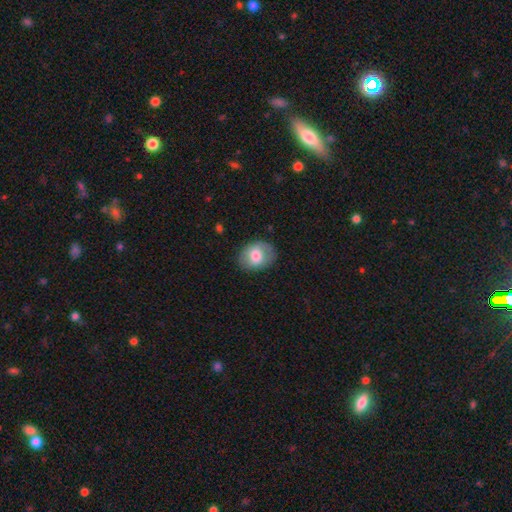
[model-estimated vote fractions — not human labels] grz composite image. It shows a smooth galaxy with no disk features (72%) that is in between round and cigar-shaped (60%). Merging: none (79%).